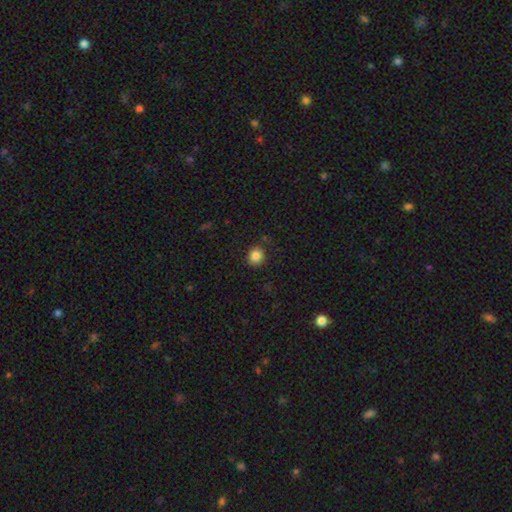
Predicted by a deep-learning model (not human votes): A smooth galaxy with no disk features (85%) that is round (83%). Merging: none (87%).